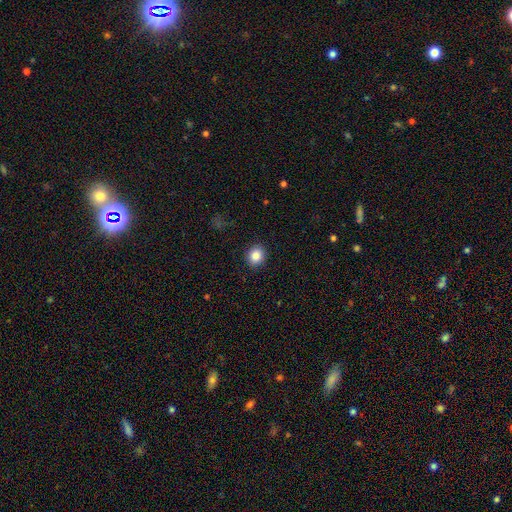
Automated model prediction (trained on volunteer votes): A smooth galaxy with no disk features (86%) that is round (73%).

Vote fractions:
- Smooth or featured? smooth: 86% / star or artifact: 9% / featured or disk: 5%
- How rounded? round: 73% / in between: 26% / cigar-shaped: 1%
- Merging? none: 90% / minor disturbance: 7% / major disturbance: 2% / merger: 1%